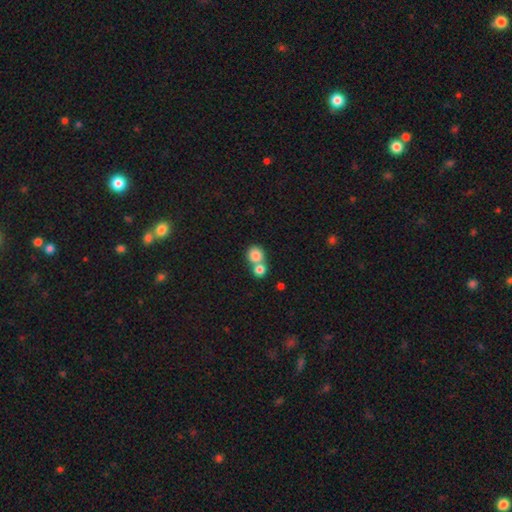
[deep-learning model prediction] Q: Smooth or featured?
A: smooth (81%); runner-up: star or artifact (10%)
Q: How rounded?
A: round (86%); runner-up: in between (14%)
Q: Merging?
A: merger (51%); runner-up: none (41%)